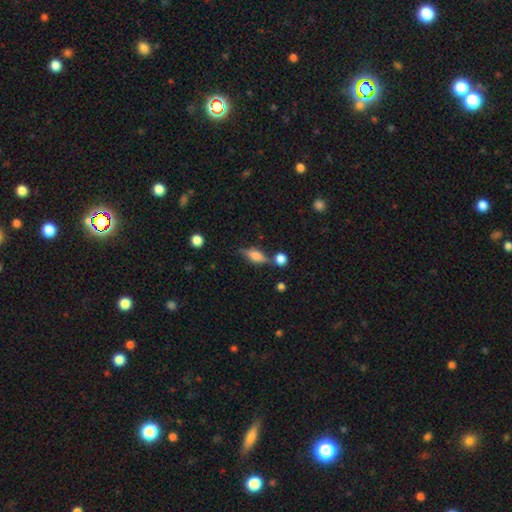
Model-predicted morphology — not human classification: The model was most divided on "smooth or featured": smooth: 46%, featured or disk: 44%, star or artifact: 10%. More confident: merging — none (68%).